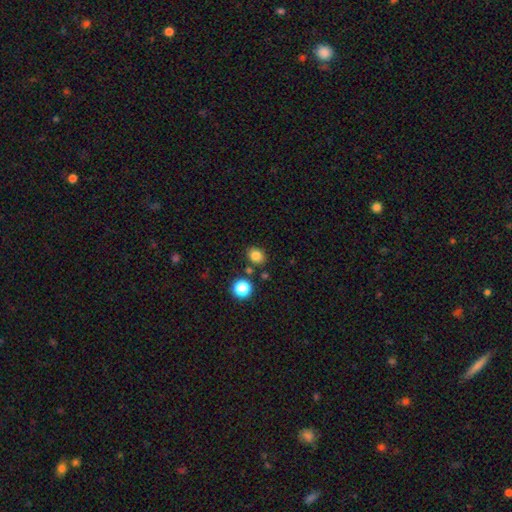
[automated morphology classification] This appears to be a smooth galaxy with no disk features (80%) that is round (60%). Merging: none (81%).